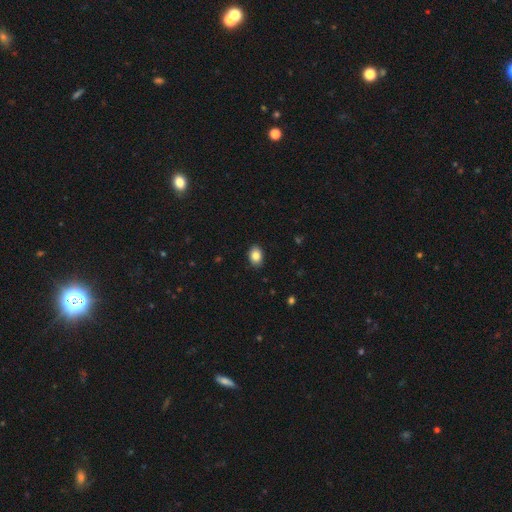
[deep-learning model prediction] This is clearly a smooth galaxy (85%). How rounded: likely in between (76%). Merging: clearly none (89%).